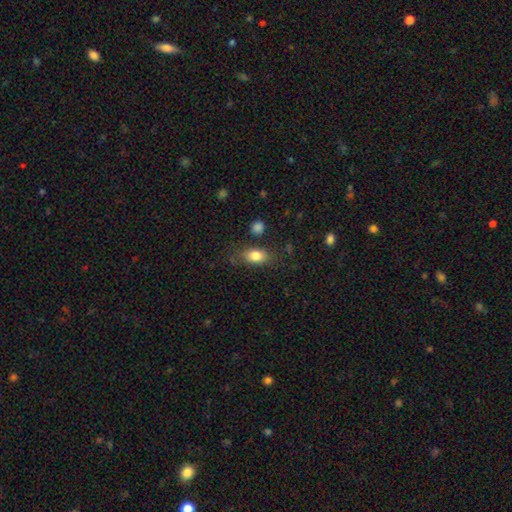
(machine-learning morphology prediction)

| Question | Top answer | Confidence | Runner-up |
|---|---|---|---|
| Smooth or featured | smooth | 83% | featured or disk (9%) |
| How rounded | in between | 82% | round (14%) |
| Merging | none | 73% | minor disturbance (17%) |